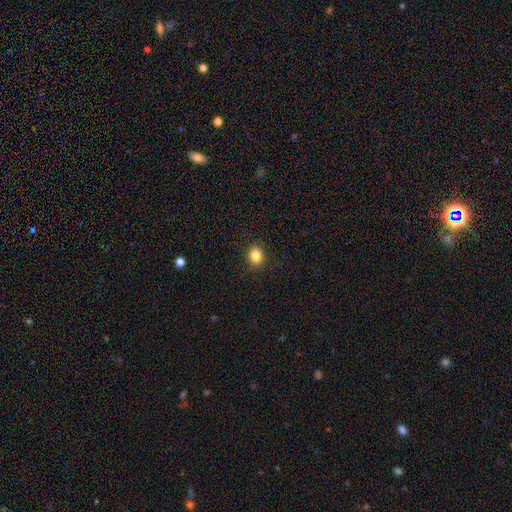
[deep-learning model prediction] Q: Smooth or featured?
A: smooth (85%); runner-up: star or artifact (11%)
Q: How rounded?
A: round (62%); runner-up: in between (37%)
Q: Merging?
A: none (89%); runner-up: minor disturbance (8%)